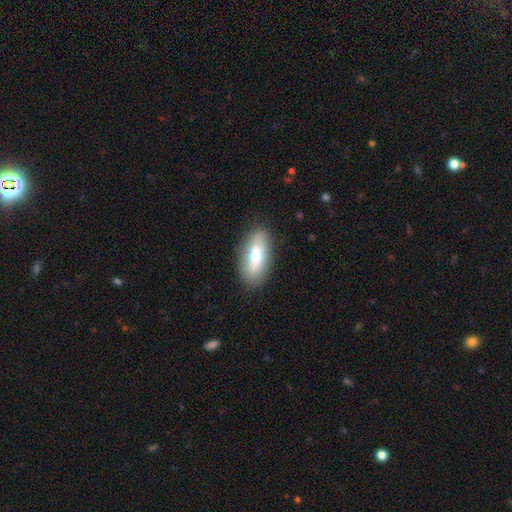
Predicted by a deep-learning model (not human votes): The model was most divided on "smooth or featured": smooth: 73%, featured or disk: 21%, star or artifact: 6%. More confident: merging — none (86%); how rounded — in between (80%).